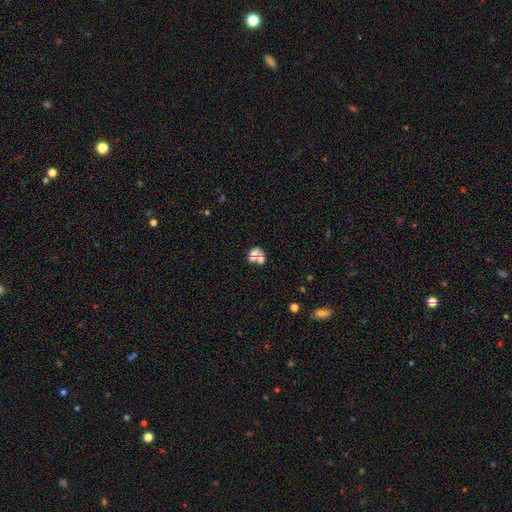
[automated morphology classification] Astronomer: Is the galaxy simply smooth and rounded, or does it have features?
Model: smooth — 56% (runner-up: featured or disk, 31%).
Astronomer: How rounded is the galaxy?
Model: in between — 60% (runner-up: round, 38%).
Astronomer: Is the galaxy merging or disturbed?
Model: merger — 59%.